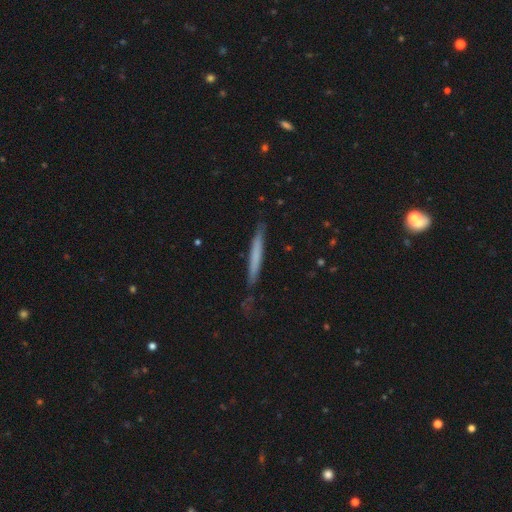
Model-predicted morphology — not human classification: The model was most divided on "smooth or featured": smooth: 59%, featured or disk: 35%, star or artifact: 6%. More confident: how rounded — cigar-shaped (96%); merging — none (79%).